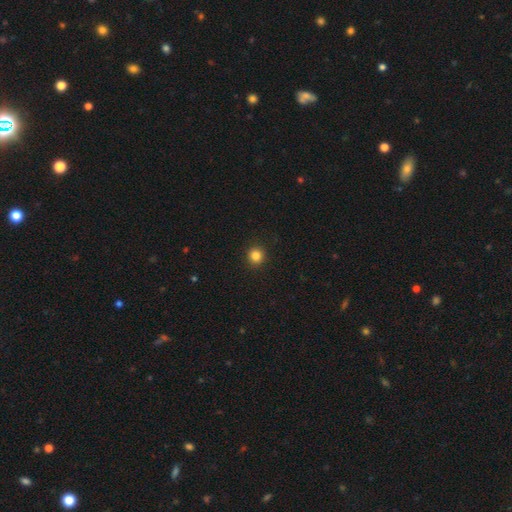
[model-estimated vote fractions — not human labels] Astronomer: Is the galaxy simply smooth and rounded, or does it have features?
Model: smooth — 84%.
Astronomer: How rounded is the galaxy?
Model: round — 93%.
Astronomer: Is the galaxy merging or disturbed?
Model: none — 93%.